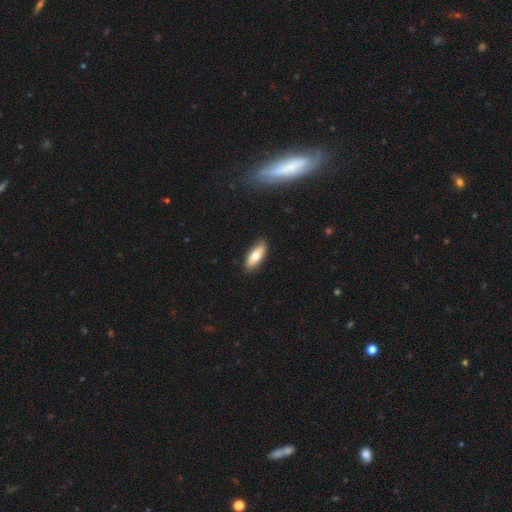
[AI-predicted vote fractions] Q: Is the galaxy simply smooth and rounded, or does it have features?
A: smooth — 70%.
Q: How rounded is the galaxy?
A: in between — 75%.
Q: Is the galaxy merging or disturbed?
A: none — 86%.